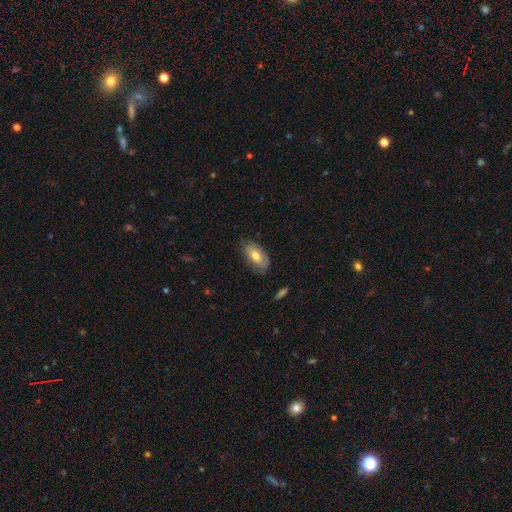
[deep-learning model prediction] A smooth galaxy with no disk features (67%) that is in between round and cigar-shaped (92%).

Vote fractions:
- Smooth or featured? smooth: 67% / featured or disk: 27% / star or artifact: 6%
- How rounded? in between: 92% / round: 4% / cigar-shaped: 4%
- Merging? none: 72% / minor disturbance: 22% / major disturbance: 5% / merger: 1%